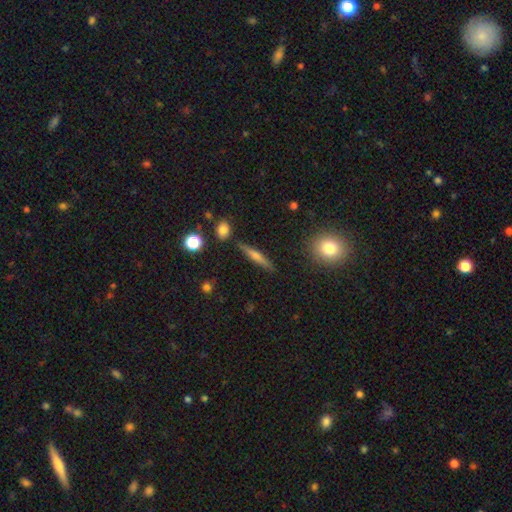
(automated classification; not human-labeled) A featured or disk galaxy (50%) viewed edge-on (95%). Merging: none (87%).